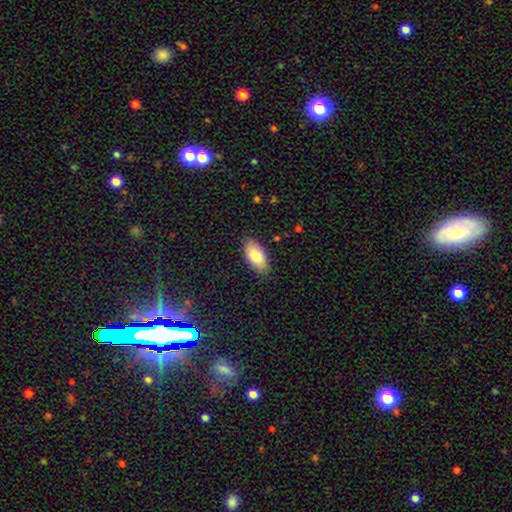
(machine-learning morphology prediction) Smooth or featured? smooth (81%)
How rounded? in between (93%)
Merging? none (85%)